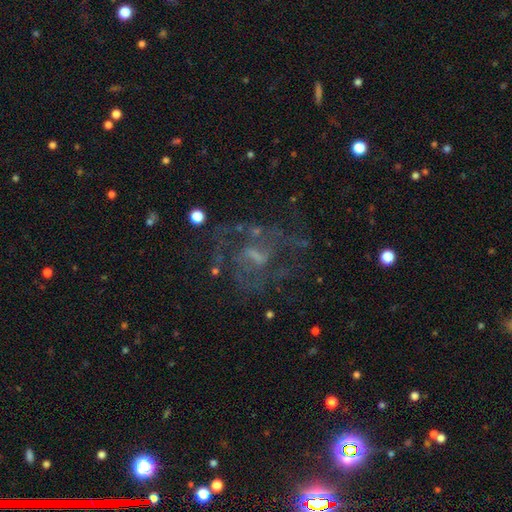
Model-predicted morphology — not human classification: featured or disk 71%, star or artifact 15%, smooth 14%. Down the decision tree: edge-on disk — no (97%); bar — weak (50%); spiral arms — yes (65%); bulge size — small (37%); merging — none (52%).